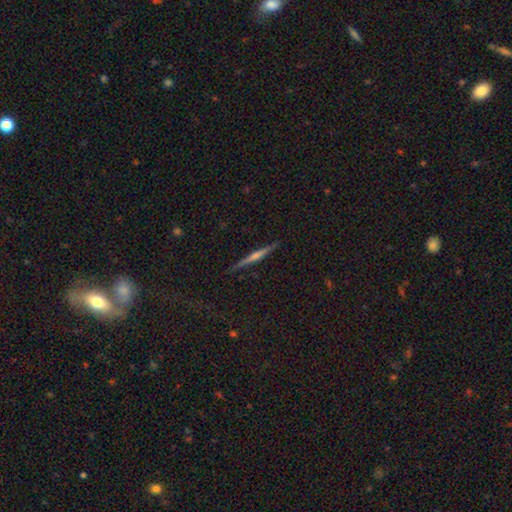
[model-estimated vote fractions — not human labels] smooth_or_featured: featured or disk (p=0.70) [alt: smooth p=0.18]
disk_edge_on: yes (p=0.97) [alt: no p=0.03]
edge_on_bulge: rounded (p=0.73) [alt: none p=0.17]
merging: none (p=0.90) [alt: minor disturbance p=0.07]